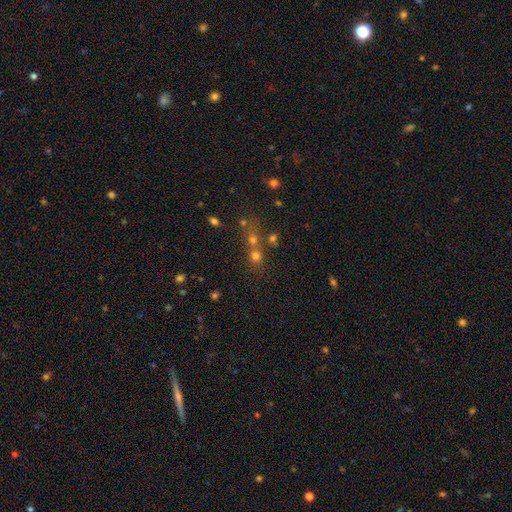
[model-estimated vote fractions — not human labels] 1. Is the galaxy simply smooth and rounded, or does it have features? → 46% smooth, 37% star or artifact, 17% featured or disk.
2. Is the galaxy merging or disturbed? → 47% merger, 42% none, 6% minor disturbance, 5% major disturbance.